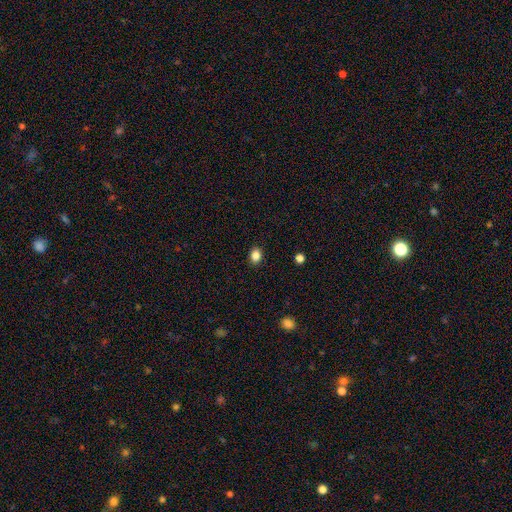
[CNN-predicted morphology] This is clearly a smooth galaxy (85%). How rounded: likely in between (63%). Merging: clearly none (90%).